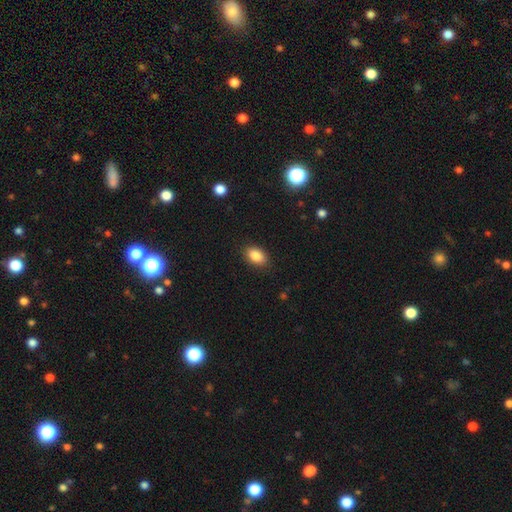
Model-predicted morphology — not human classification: Overall: smooth (87%). How rounded: in between (88%). Merging: none (87%).